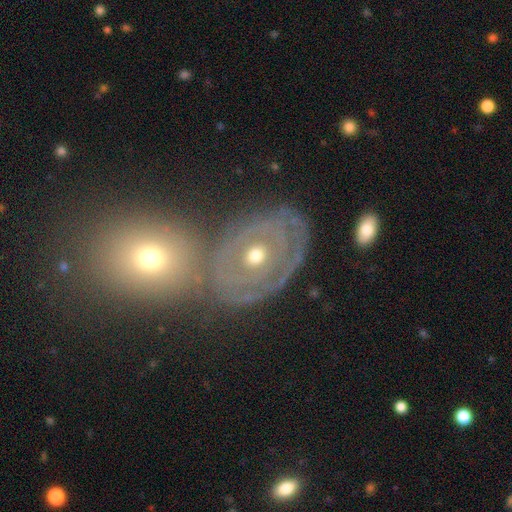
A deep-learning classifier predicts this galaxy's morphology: This appears to be a featured or disk galaxy (75%) with no bar (82%), spiral arms (65%) and a moderate central bulge (59%). Merging: none (59%).